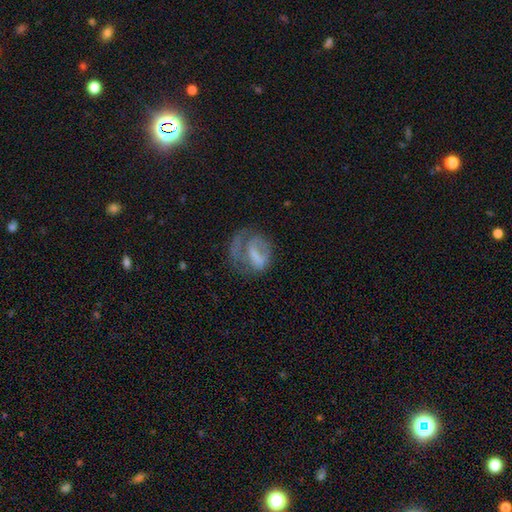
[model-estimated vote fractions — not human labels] This is possibly a featured or disk galaxy (54%). It is clearly not viewed edge-on (96%). Bar: marginally no (42%). Spiral arm pattern: possibly yes (52%). Central bulge: marginally none (40%). Merging: marginally major disturbance (42%).